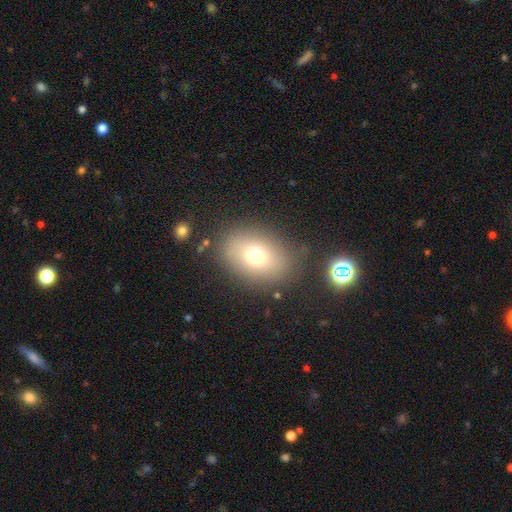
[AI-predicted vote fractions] A smooth galaxy with no disk features (71%) that is in between round and cigar-shaped (71%).

Vote fractions:
- Smooth or featured? smooth: 71% / featured or disk: 15% / star or artifact: 14%
- How rounded? in between: 71% / round: 27% / cigar-shaped: 1%
- Merging? none: 79% / minor disturbance: 12% / major disturbance: 5% / merger: 3%